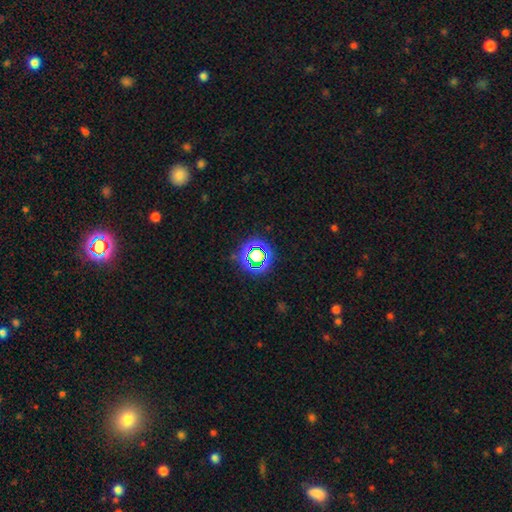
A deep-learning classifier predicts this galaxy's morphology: This appears to be a star or artifact, not a galaxy (60%).